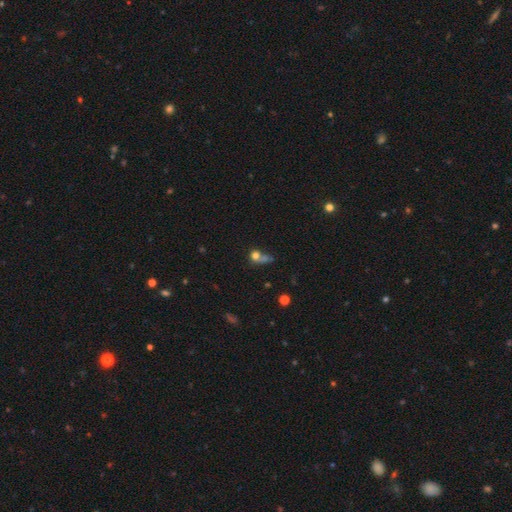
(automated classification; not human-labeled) smooth_or_featured: smooth (p=0.69) [alt: star or artifact p=0.16]
how_rounded: round (p=0.74) [alt: in between p=0.23]
merging: merger (p=0.40) [alt: none p=0.33]